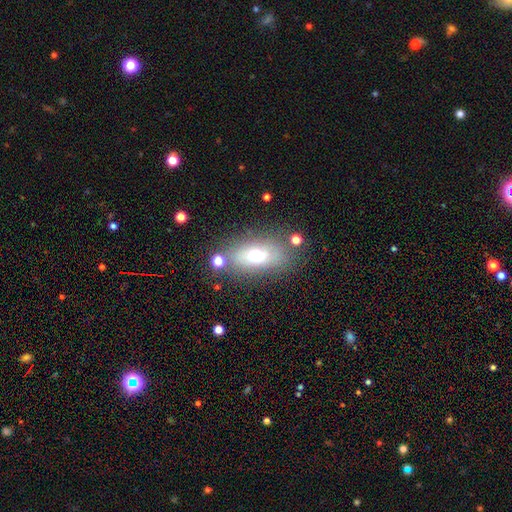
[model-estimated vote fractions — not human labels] smooth_or_featured: smooth (p=0.64) [alt: featured or disk p=0.24]
how_rounded: in between (p=0.83) [alt: cigar-shaped p=0.09]
merging: none (p=0.71) [alt: minor disturbance p=0.15]